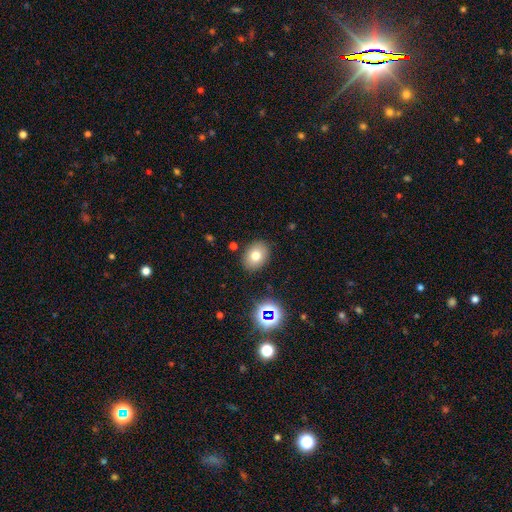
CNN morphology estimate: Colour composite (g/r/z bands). It shows a smooth galaxy with no disk features (74%) that is in between round and cigar-shaped (61%). Merging: none (86%).